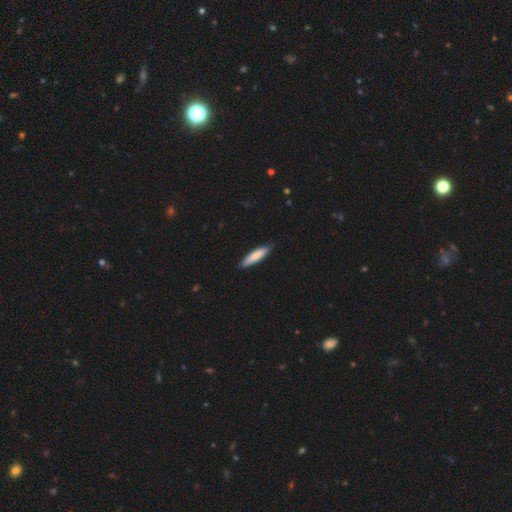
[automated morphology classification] This appears to be a smooth galaxy with no disk features (79%) that is cigar-shaped (76%). Merging: none (85%).